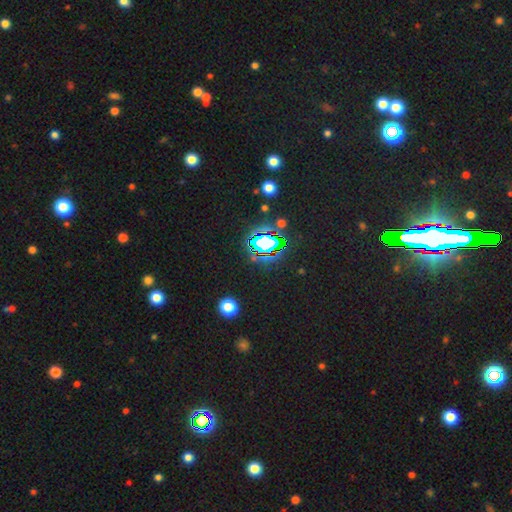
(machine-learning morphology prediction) A star or artifact, not a galaxy (74%).